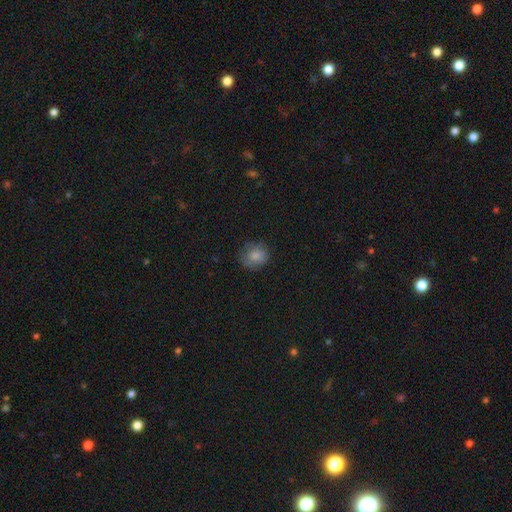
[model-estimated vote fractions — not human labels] Overall: smooth (81%). How rounded: round (74%). Merging: none (75%).